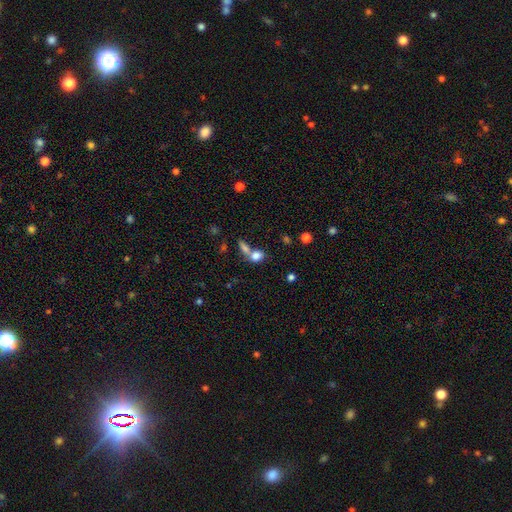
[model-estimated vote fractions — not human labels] The model was most divided on "merging": merger: 50%, none: 35%, minor disturbance: 9%, major disturbance: 5%. More confident: smooth or featured — smooth (80%); how rounded — in between (61%).